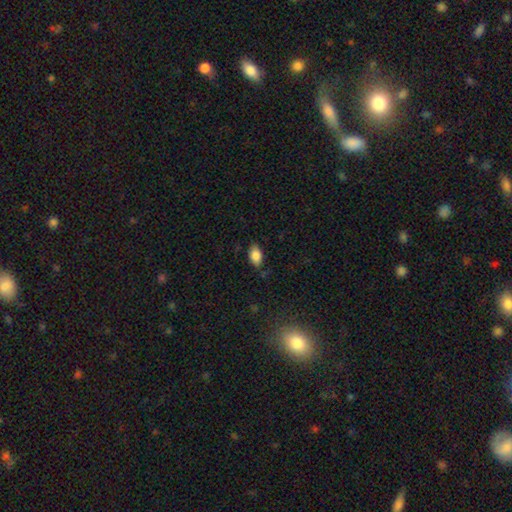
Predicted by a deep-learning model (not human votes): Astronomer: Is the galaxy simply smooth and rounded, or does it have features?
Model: smooth — 84%.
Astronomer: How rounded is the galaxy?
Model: in between — 91%.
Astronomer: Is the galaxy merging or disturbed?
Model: none — 77%.